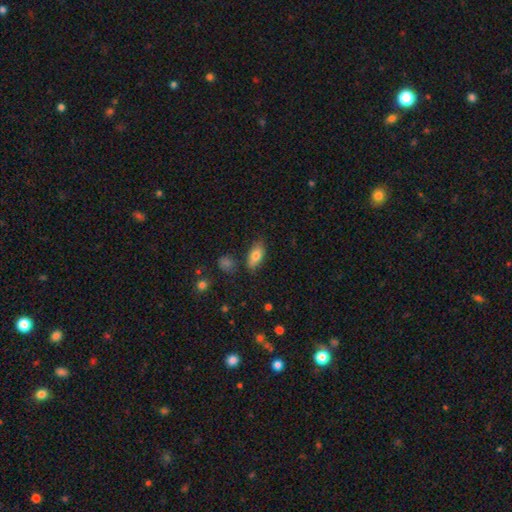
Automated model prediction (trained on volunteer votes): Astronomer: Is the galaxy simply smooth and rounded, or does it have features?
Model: smooth — 80%.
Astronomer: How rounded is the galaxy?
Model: in between — 87%.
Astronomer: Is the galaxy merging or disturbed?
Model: none — 76%.